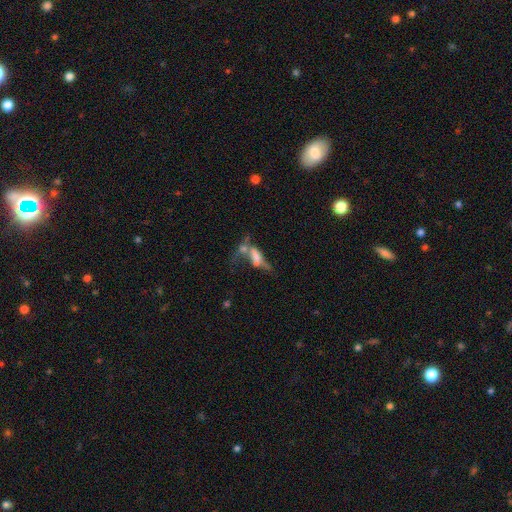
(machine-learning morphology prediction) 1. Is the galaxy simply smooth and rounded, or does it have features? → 47% featured or disk, 39% smooth, 14% star or artifact.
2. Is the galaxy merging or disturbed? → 47% merger, 25% major disturbance, 19% none, 10% minor disturbance.